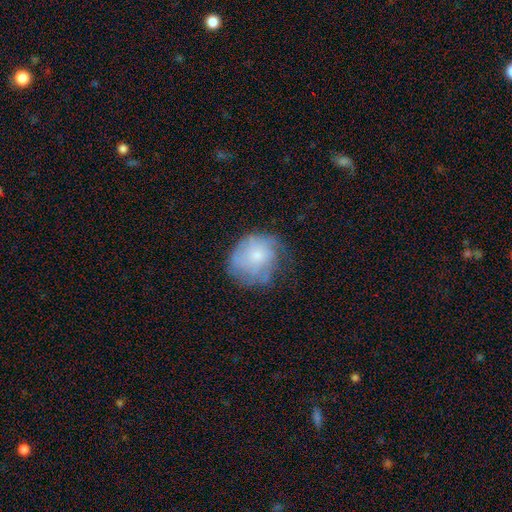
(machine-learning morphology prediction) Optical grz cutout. It shows a smooth galaxy with no disk features (48%). Merging: none (54%).